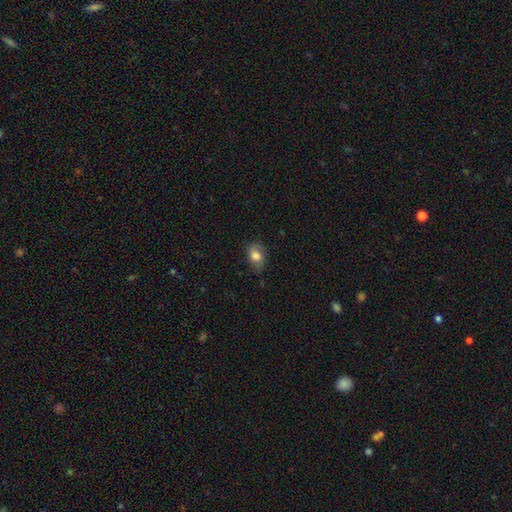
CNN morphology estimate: Smooth or featured? smooth (77%)
How rounded? in between (73%)
Merging? none (69%)